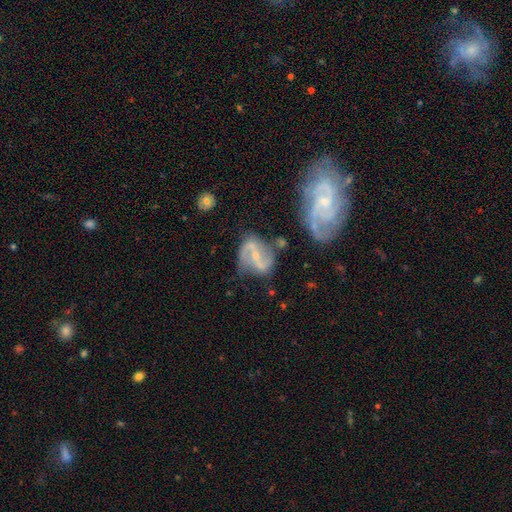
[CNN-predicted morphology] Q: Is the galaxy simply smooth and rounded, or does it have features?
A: featured or disk — 86%.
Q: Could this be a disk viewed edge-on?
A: no — 97%.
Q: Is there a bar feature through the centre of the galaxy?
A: strong — 43%.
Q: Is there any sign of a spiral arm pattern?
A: yes — 94%.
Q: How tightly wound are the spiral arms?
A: medium — 45%.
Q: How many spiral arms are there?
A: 2 — 90%.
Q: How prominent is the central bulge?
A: small — 65%.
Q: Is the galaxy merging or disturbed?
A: none — 63%.